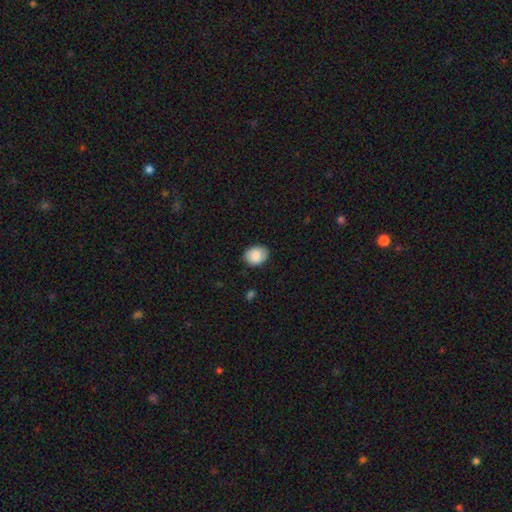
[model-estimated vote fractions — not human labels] Smooth or featured? Predicted: smooth (p=0.86). How rounded? Predicted: in between (p=0.62). Merging? Predicted: none (p=0.83).